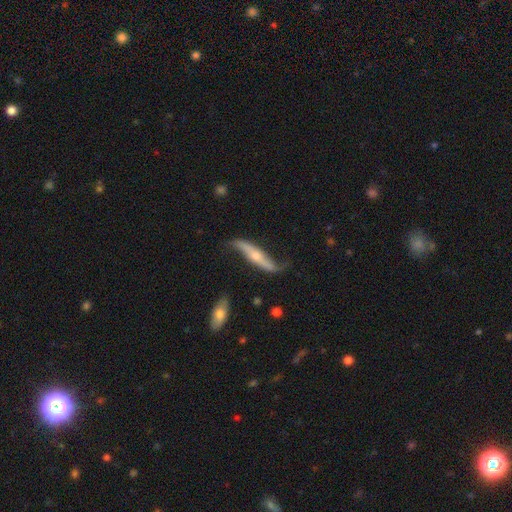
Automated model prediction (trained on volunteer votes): This appears to be a featured or disk galaxy (78%). Merging: none (63%).